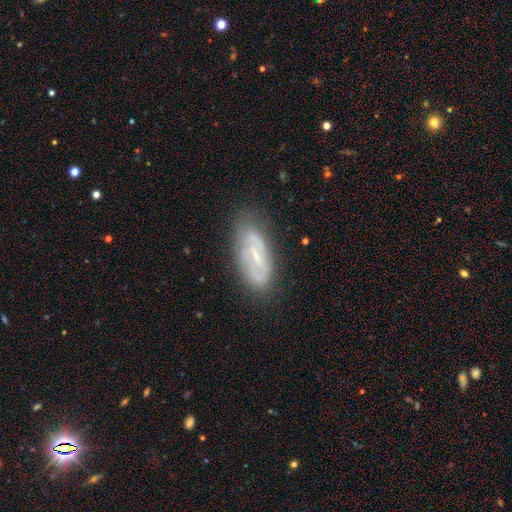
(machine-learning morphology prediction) featured or disk 63%, smooth 28%, star or artifact 8%. Down the decision tree: edge-on disk — no (88%); bar — weak (42%); spiral arms — yes (65%); bulge size — small (57%); merging — none (73%).